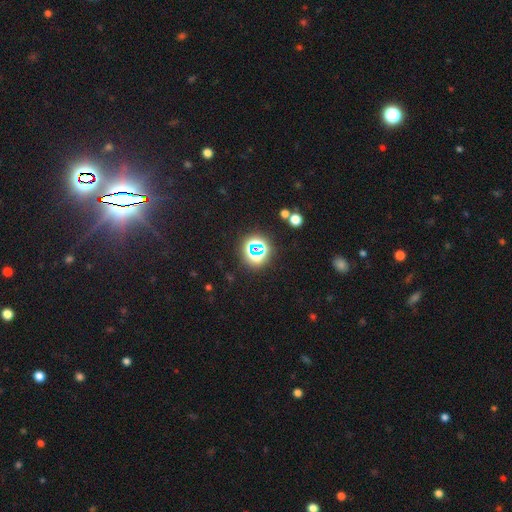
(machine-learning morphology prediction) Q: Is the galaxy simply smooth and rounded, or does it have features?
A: star or artifact — 65%.